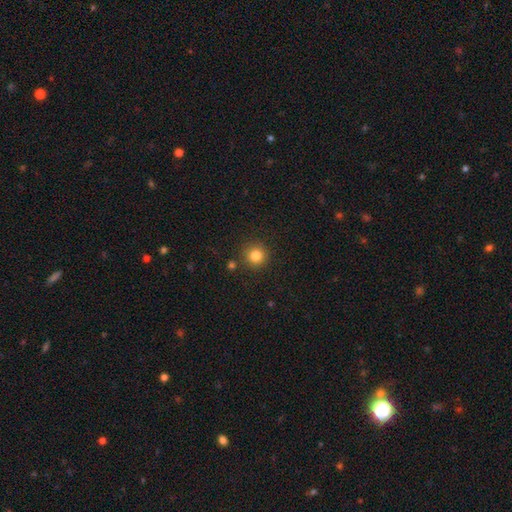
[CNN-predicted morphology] A smooth galaxy with no disk features (83%) that is round (94%). Merging: none (87%).